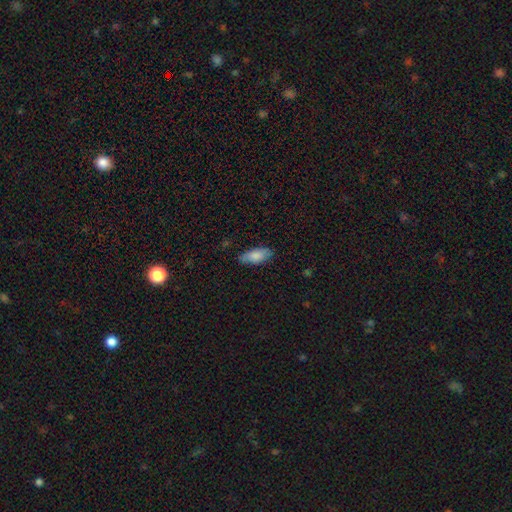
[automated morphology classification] Overall: smooth (81%). How rounded: in between (85%). Merging: none (80%).